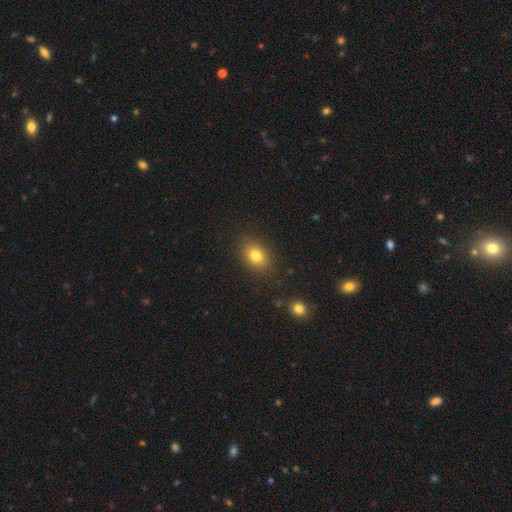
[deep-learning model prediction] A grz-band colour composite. It shows a smooth galaxy with no disk features (80%) that is in between round and cigar-shaped (69%). Merging: none (84%).